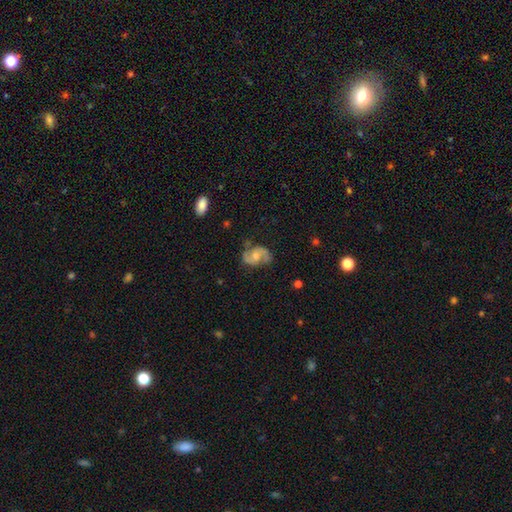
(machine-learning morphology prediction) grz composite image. It shows a featured or disk galaxy (83%) with no bar (54%), 2 (92%) medium (55%) spiral arms (96%) and a moderate central bulge (54%). Merging: none (75%).